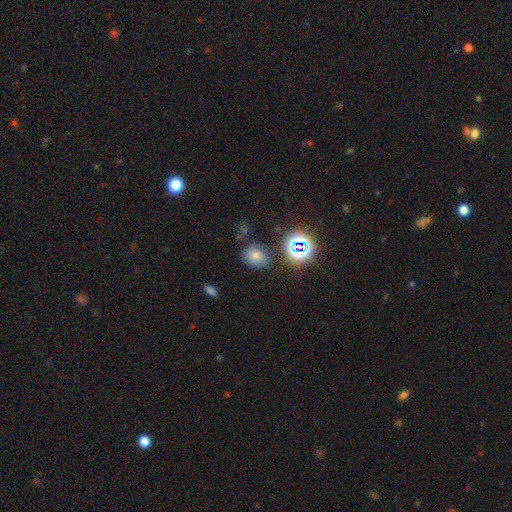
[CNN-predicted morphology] Smooth or featured? smooth (70%)
How rounded? round (55%)
Merging? none (74%)